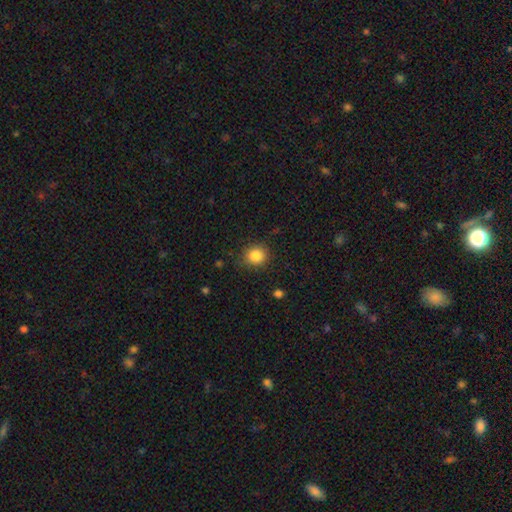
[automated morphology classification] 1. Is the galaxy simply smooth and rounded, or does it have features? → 85% smooth, 10% star or artifact, 5% featured or disk.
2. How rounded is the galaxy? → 80% round, 19% in between, 1% cigar-shaped.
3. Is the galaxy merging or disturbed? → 86% none, 10% minor disturbance, 3% major disturbance, 1% merger.